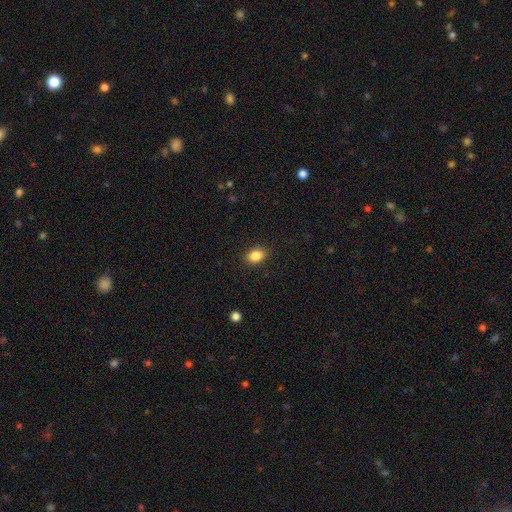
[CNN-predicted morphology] Smooth or featured: smooth — 86% (star or artifact — 9%)
How rounded: in between — 64% (round — 35%)
Merging: none — 88% (minor disturbance — 8%)